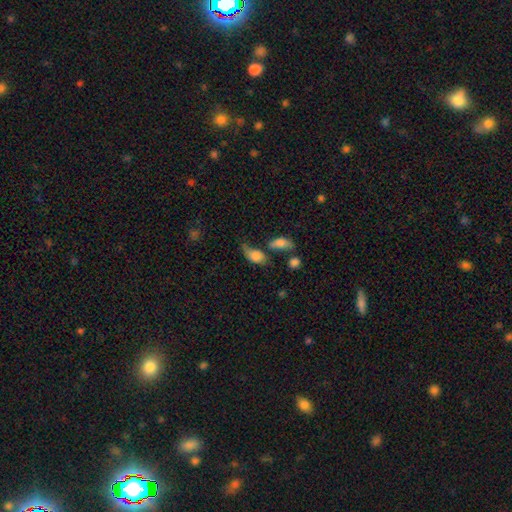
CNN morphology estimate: smooth_or_featured: smooth (p=0.69) [alt: featured or disk p=0.21]
how_rounded: in between (p=0.80) [alt: round p=0.15]
merging: none (p=0.28) [alt: major disturbance p=0.25]